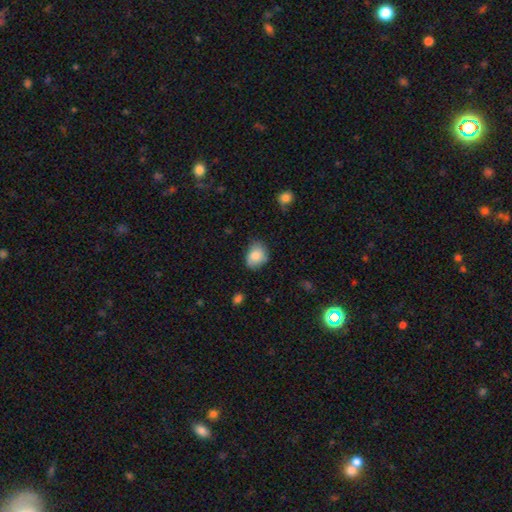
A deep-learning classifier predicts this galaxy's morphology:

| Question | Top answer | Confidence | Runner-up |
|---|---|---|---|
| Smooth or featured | smooth | 83% | featured or disk (9%) |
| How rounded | in between | 55% | round (44%) |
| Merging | none | 62% | minor disturbance (30%) |